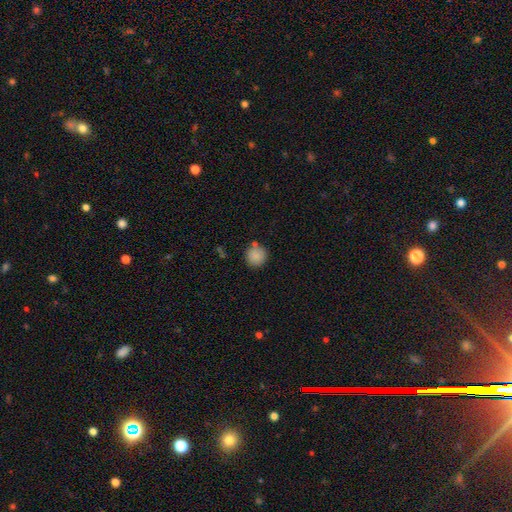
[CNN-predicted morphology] type=smooth (87%); roundness=round (92%); merging=none (78%).